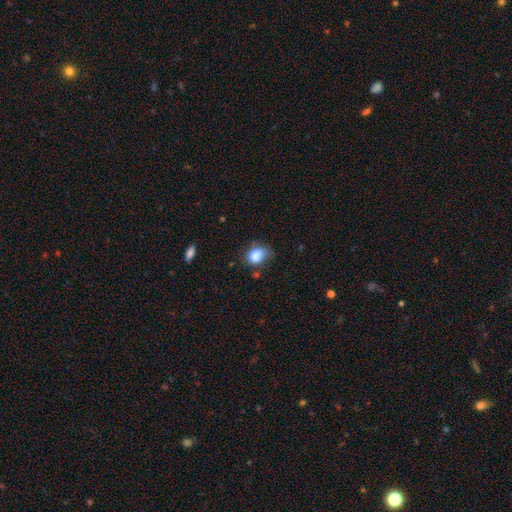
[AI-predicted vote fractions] Smooth or featured?
  - smooth: 82% *
  - star or artifact: 10%
  - featured or disk: 8%
How rounded?
  - in between: 60% *
  - round: 39%
  - cigar-shaped: 1%
Merging?
  - none: 50% *
  - minor disturbance: 33%
  - major disturbance: 12%
  - merger: 6%